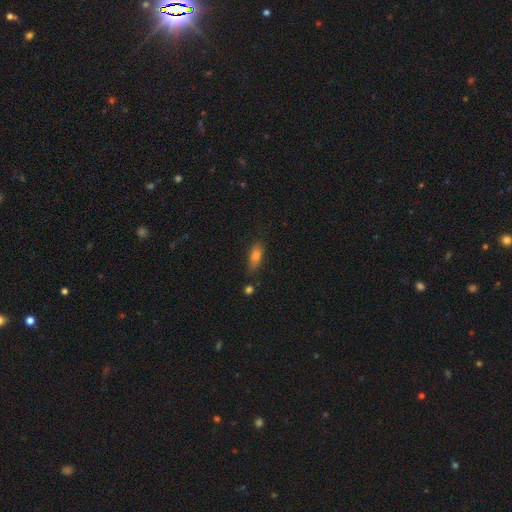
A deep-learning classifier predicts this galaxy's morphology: This is likely a smooth galaxy (74%). How rounded: likely in between (66%). Merging: likely none (77%).